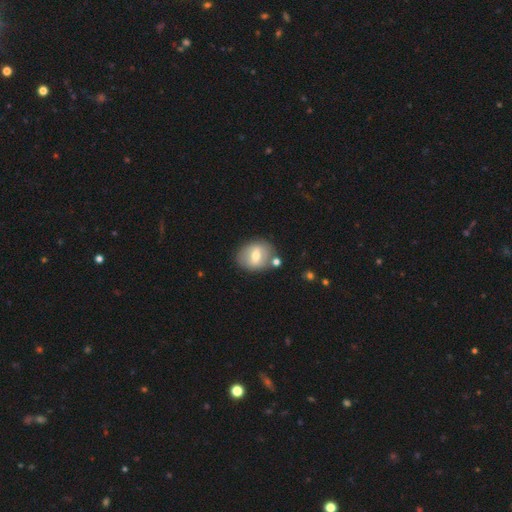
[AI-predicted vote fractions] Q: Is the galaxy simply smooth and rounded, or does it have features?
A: smooth — 52%.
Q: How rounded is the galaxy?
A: round — 51%.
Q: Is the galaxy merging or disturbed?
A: none — 74%.